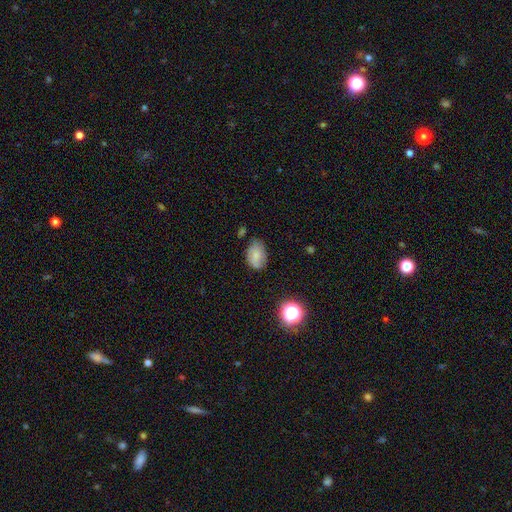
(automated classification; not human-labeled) smooth-or-featured: smooth: 72% | featured or disk: 17% | star or artifact: 10%
  how-rounded: in between: 84% | round: 15% | cigar-shaped: 1%
  merging: none: 63% | minor disturbance: 28% | major disturbance: 6% | merger: 3%